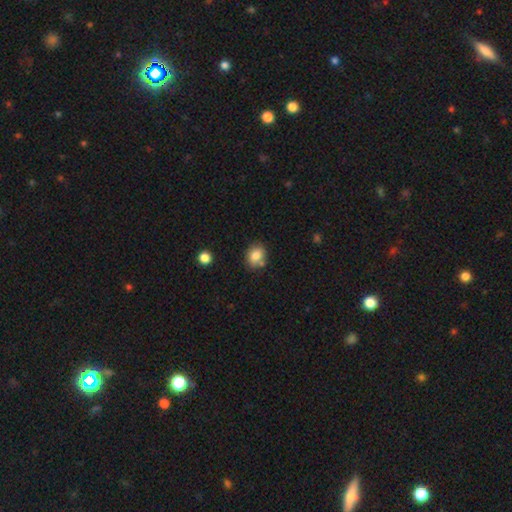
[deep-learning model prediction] Smooth or featured: smooth — 82% (star or artifact — 9%)
How rounded: in between — 53% (round — 46%)
Merging: none — 71% (minor disturbance — 15%)